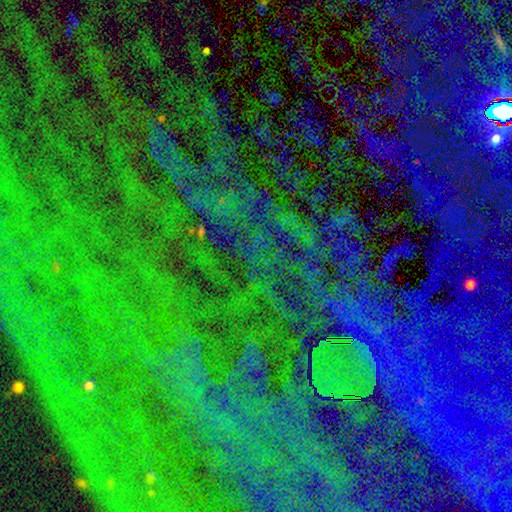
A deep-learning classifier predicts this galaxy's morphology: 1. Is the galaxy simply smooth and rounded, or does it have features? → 82% star or artifact, 9% smooth, 8% featured or disk.